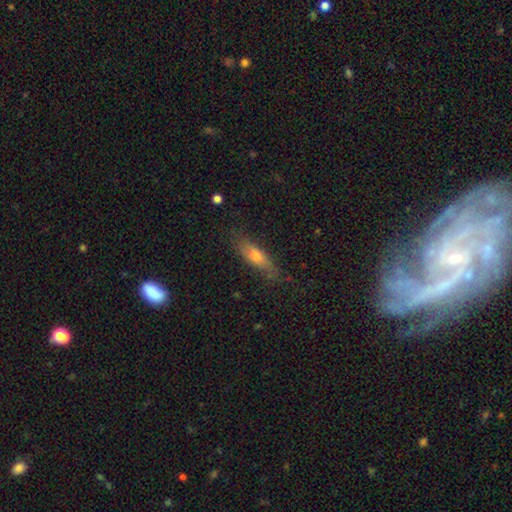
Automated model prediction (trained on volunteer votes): smooth 61%, featured or disk 32%, star or artifact 8%. Down the decision tree: how rounded — cigar-shaped (56%); merging — none (76%).